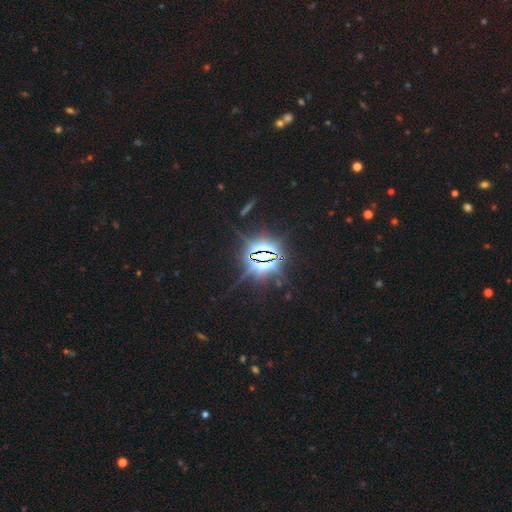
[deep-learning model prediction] Morphology: type=star or artifact (83%).